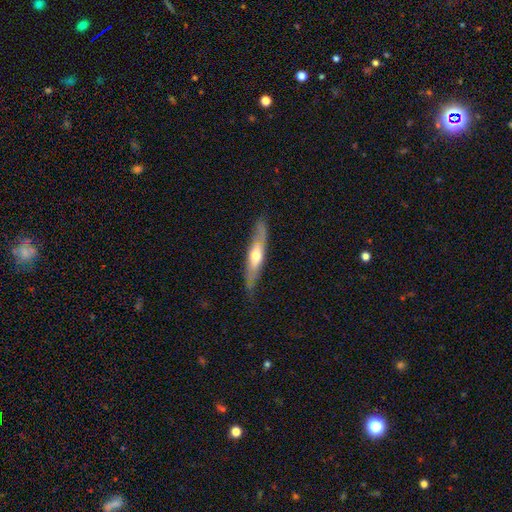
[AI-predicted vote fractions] Smooth or featured? Predicted: featured or disk (p=0.51). Edge-on disk? Predicted: yes (p=0.68). Merging? Predicted: none (p=0.72).